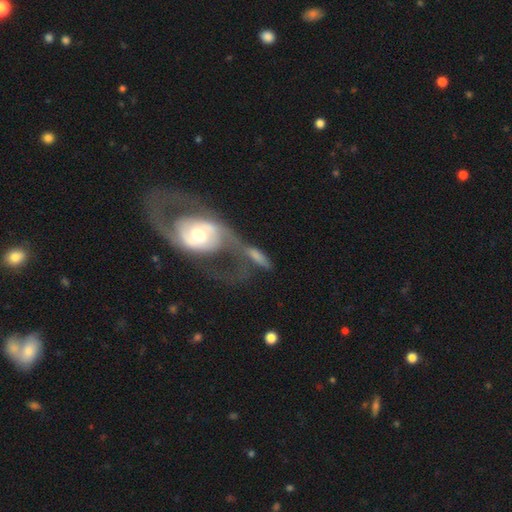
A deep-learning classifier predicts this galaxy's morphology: Smooth or featured? featured or disk (59%)
Edge-on disk? no (84%)
Merging? merger (33%)